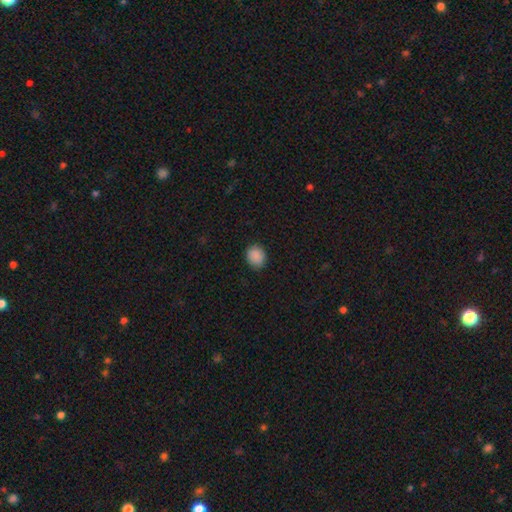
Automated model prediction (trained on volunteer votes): Q: Smooth or featured?
A: smooth (89%); runner-up: star or artifact (8%)
Q: How rounded?
A: round (68%); runner-up: in between (31%)
Q: Merging?
A: none (88%); runner-up: minor disturbance (9%)